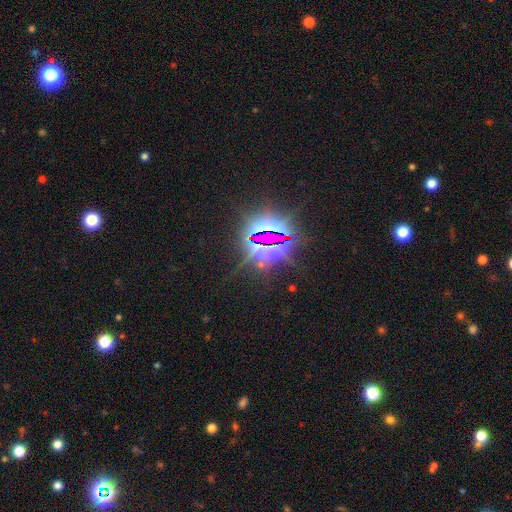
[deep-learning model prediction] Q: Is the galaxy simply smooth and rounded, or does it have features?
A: star or artifact — 83%.